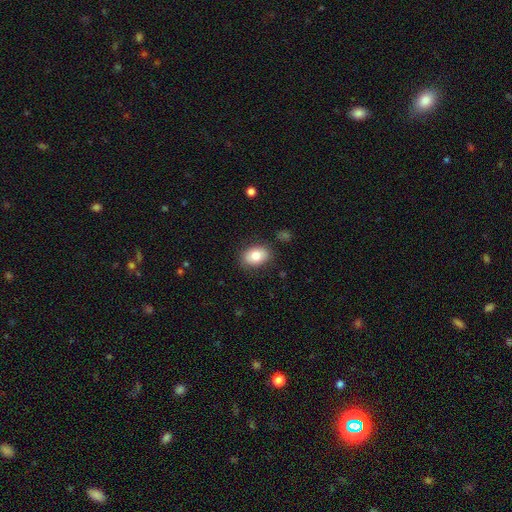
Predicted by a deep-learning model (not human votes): Overall: smooth (82%). How rounded: in between (79%). Merging: none (84%).